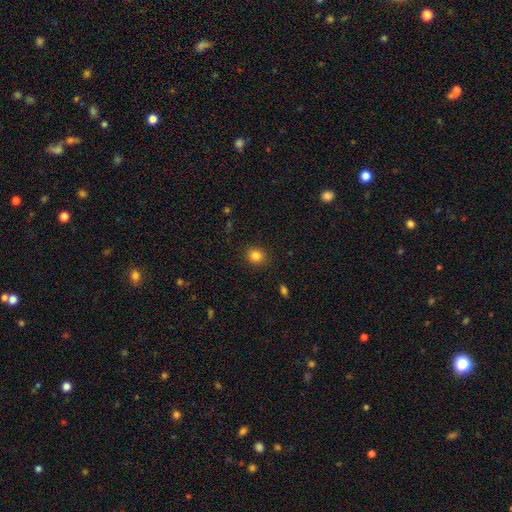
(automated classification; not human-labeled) Smooth or featured: smooth — 83% (star or artifact — 12%)
How rounded: round — 83% (in between — 16%)
Merging: none — 90% (minor disturbance — 7%)